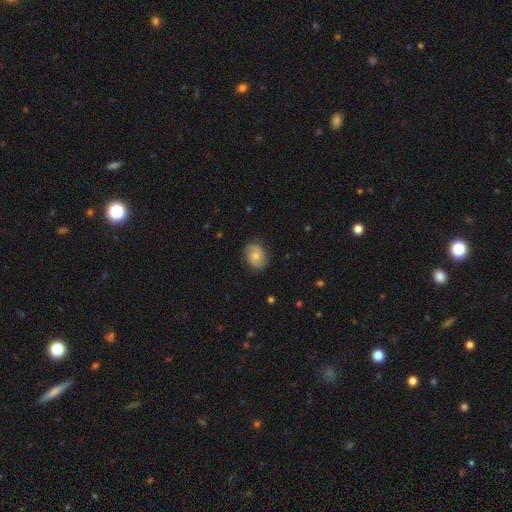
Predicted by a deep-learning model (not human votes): Smooth or featured: smooth — 58% (featured or disk — 34%)
How rounded: in between — 68% (round — 30%)
Merging: none — 80% (minor disturbance — 16%)